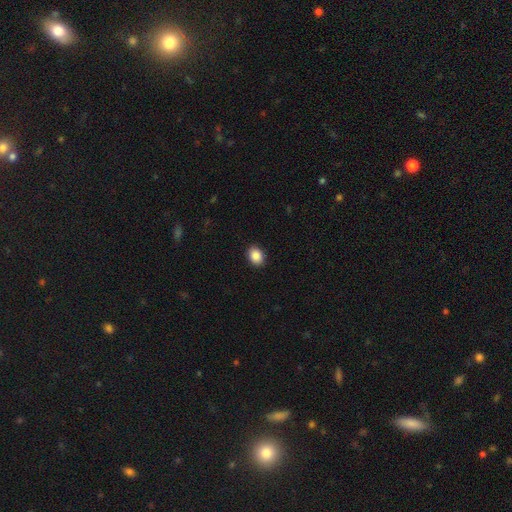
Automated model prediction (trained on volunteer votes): Morphology: type=smooth (89%); roundness=in between (64%); merging=none (90%).